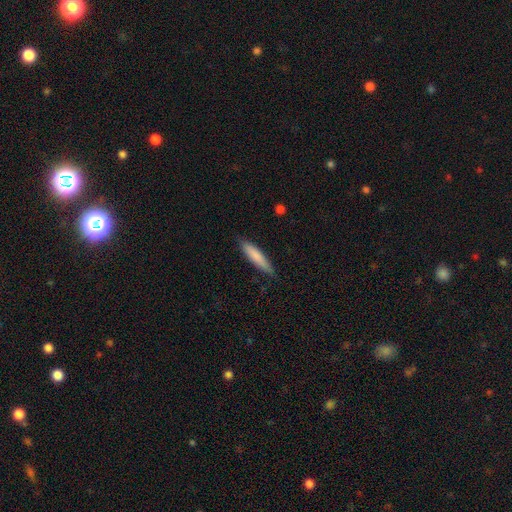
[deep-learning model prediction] Overall: smooth (79%). How rounded: cigar-shaped (83%). Merging: none (86%).